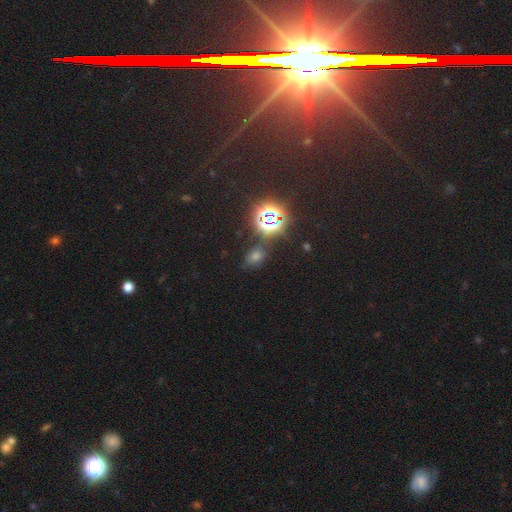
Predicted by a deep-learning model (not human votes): Smooth or featured: star or artifact — 54% (smooth — 36%)